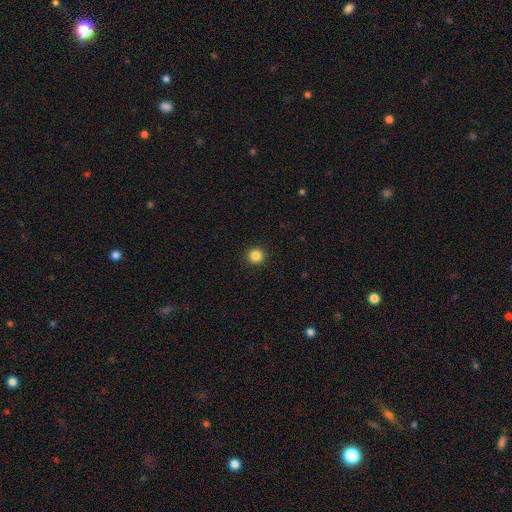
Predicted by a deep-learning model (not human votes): A smooth galaxy with no disk features (85%) that is round (95%). Merging: none (93%).